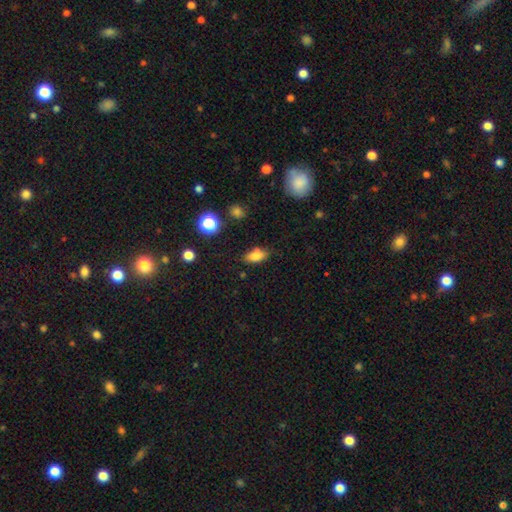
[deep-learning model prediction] This is clearly a smooth galaxy (81%). How rounded: clearly in between (86%). Merging: likely none (74%).